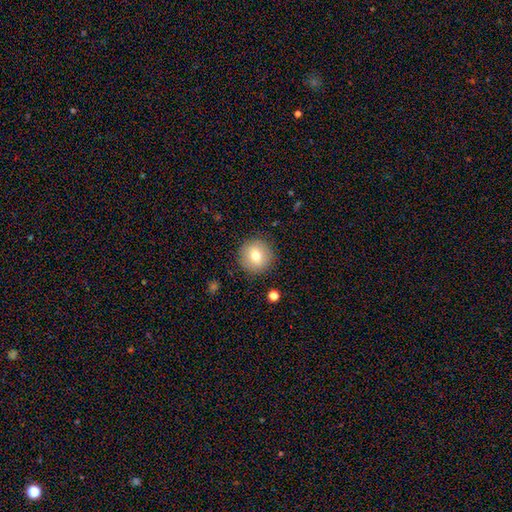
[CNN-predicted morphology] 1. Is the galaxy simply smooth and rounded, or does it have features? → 75% smooth, 15% featured or disk, 10% star or artifact.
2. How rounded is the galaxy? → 94% round, 5% in between, 1% cigar-shaped.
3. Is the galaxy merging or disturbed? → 89% none, 7% minor disturbance, 2% major disturbance, 1% merger.